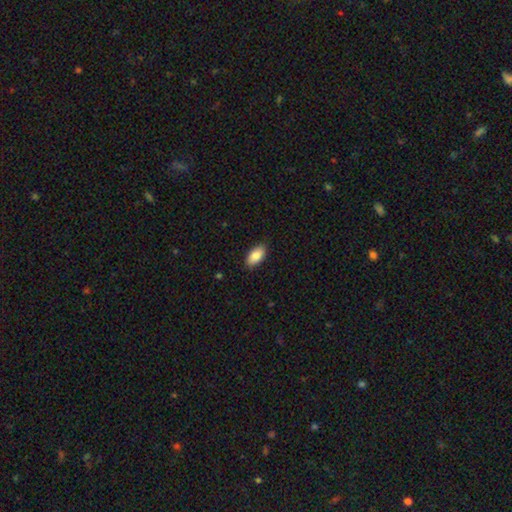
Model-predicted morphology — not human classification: A smooth galaxy with no disk features (86%) that is in between round and cigar-shaped (93%).

Vote fractions:
- Smooth or featured? smooth: 86% / featured or disk: 7% / star or artifact: 6%
- How rounded? in between: 93% / cigar-shaped: 4% / round: 3%
- Merging? none: 88% / minor disturbance: 9% / major disturbance: 2% / merger: 1%